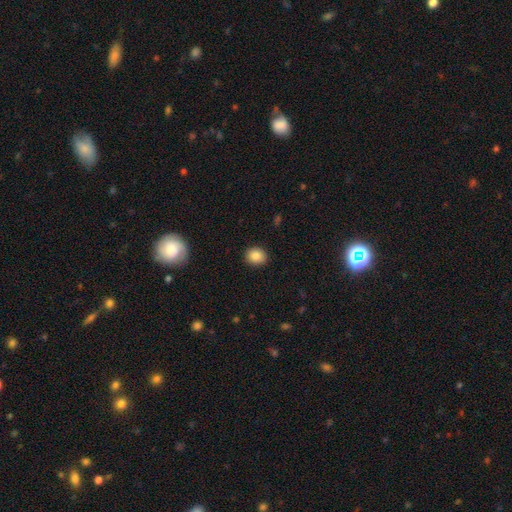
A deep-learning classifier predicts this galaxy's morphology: smooth-or-featured: smooth: 86% | star or artifact: 9% | featured or disk: 4%
  how-rounded: round: 68% | in between: 31% | cigar-shaped: 1%
  merging: none: 90% | minor disturbance: 7% | major disturbance: 2% | merger: 1%